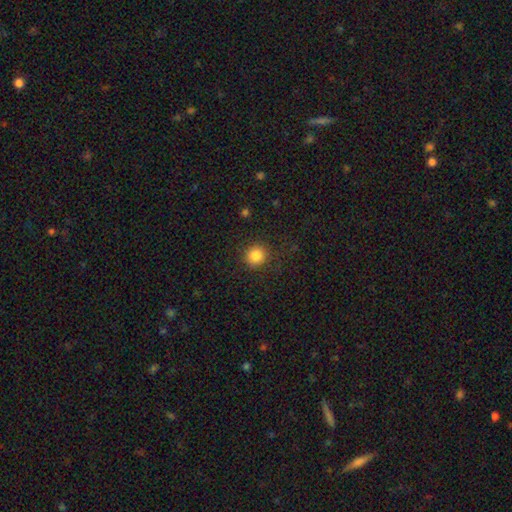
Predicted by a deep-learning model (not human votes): This is clearly a smooth galaxy (85%). How rounded: clearly round (92%). Merging: clearly none (88%).